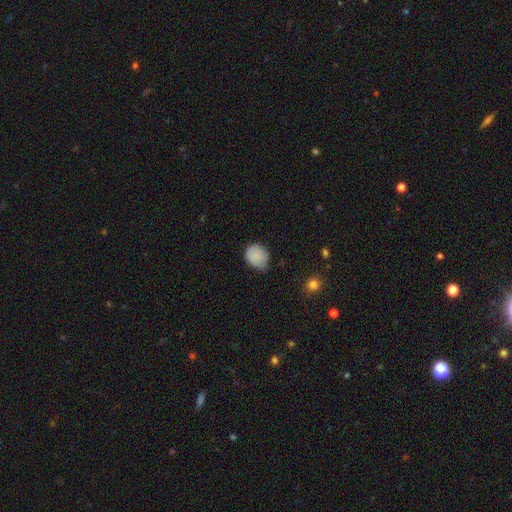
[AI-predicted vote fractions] A smooth galaxy with no disk features (85%) that is round (57%).

Vote fractions:
- Smooth or featured? smooth: 85% / star or artifact: 8% / featured or disk: 7%
- How rounded? round: 57% / in between: 42% / cigar-shaped: 1%
- Merging? none: 54% / minor disturbance: 38% / major disturbance: 6% / merger: 1%